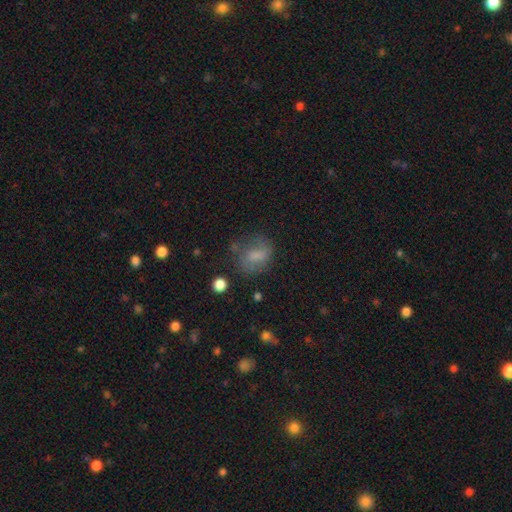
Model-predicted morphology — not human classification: Smooth or featured: smooth — 64% (featured or disk — 24%)
How rounded: in between — 58% (round — 39%)
Merging: none — 54% (minor disturbance — 25%)